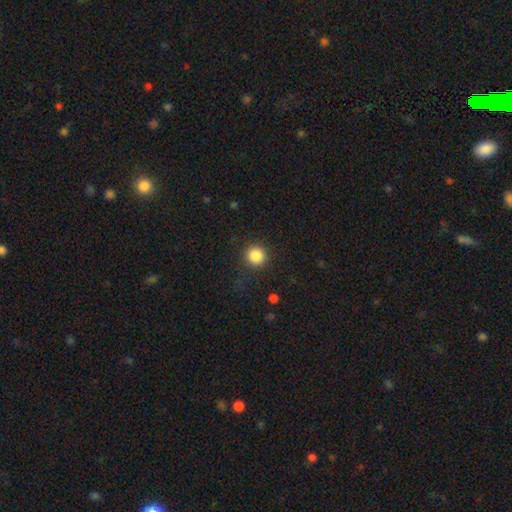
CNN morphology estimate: smooth 86%, star or artifact 10%, featured or disk 3%. Down the decision tree: how rounded — round (93%); merging — none (88%).